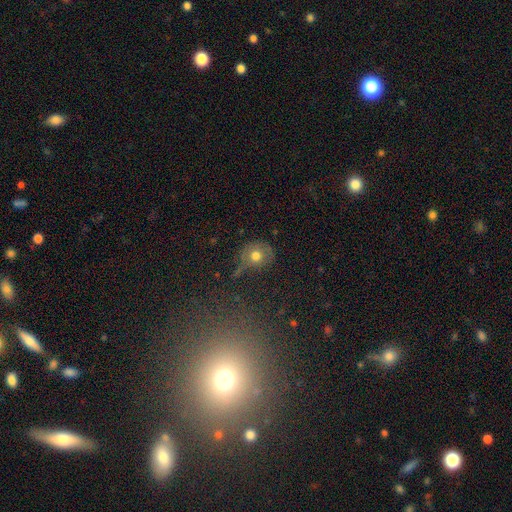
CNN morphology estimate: Smooth or featured? Predicted: smooth (p=0.69). How rounded? Predicted: round (p=0.77). Merging? Predicted: none (p=0.48).